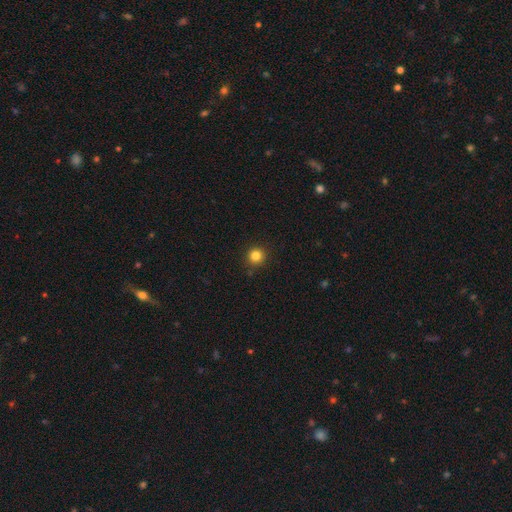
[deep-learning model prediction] Smooth or featured: smooth — 83% (star or artifact — 12%)
How rounded: round — 95% (in between — 4%)
Merging: none — 90% (minor disturbance — 6%)